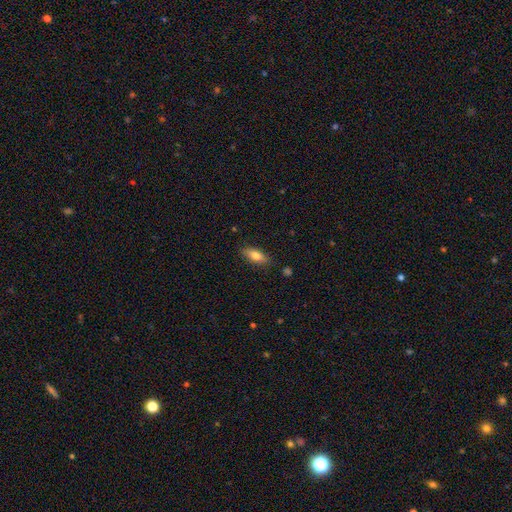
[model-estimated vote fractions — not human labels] Smooth or featured? smooth (77%)
How rounded? in between (77%)
Merging? none (86%)